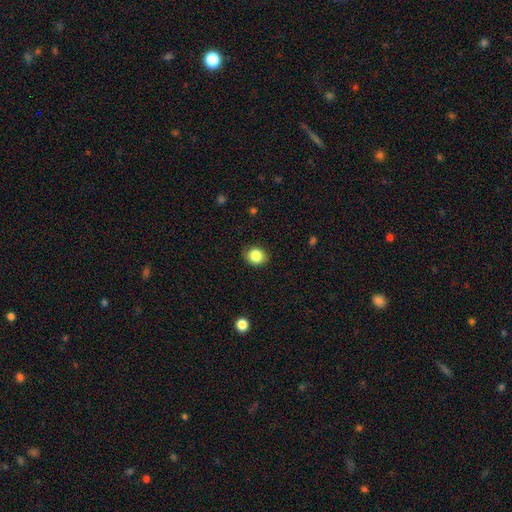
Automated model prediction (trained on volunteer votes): Morphology: type=smooth (85%); roundness=round (70%); merging=none (88%).